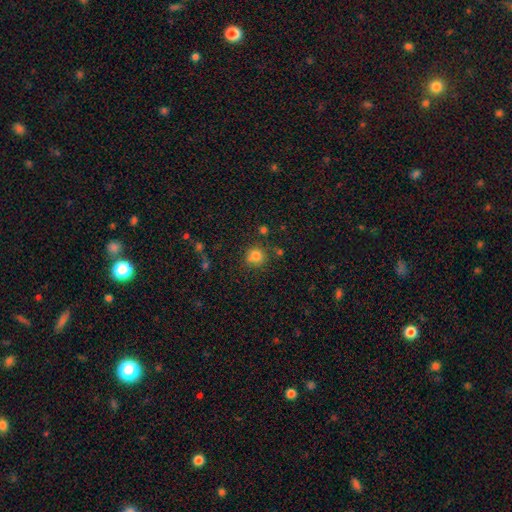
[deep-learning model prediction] Smooth or featured?
  - smooth: 82% *
  - star or artifact: 12%
  - featured or disk: 6%
How rounded?
  - round: 90% *
  - in between: 9%
  - cigar-shaped: 1%
Merging?
  - none: 76% *
  - minor disturbance: 13%
  - merger: 6%
  - major disturbance: 4%